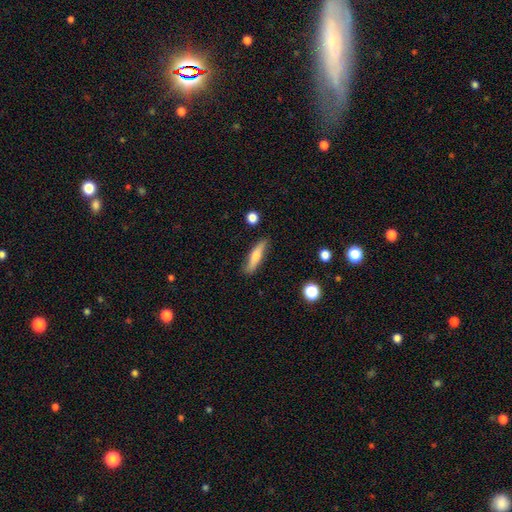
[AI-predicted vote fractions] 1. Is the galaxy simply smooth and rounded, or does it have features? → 60% smooth, 34% featured or disk, 7% star or artifact.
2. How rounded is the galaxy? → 78% cigar-shaped, 20% in between, 2% round.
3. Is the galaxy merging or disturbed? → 83% none, 12% minor disturbance, 2% major disturbance, 2% merger.